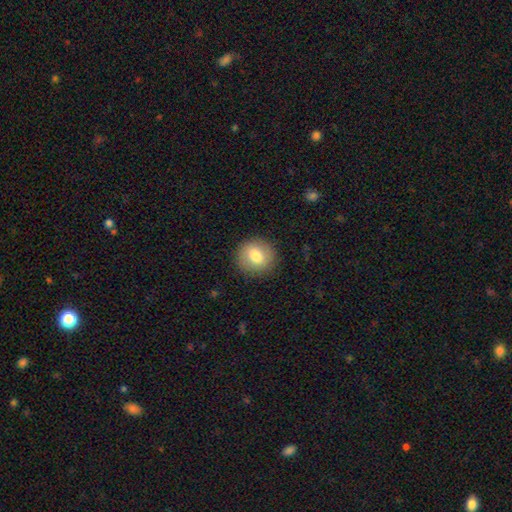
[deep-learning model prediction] Smooth or featured?
  - smooth: 77% *
  - featured or disk: 15%
  - star or artifact: 8%
How rounded?
  - round: 85% *
  - in between: 14%
  - cigar-shaped: 1%
Merging?
  - none: 87% *
  - minor disturbance: 9%
  - major disturbance: 3%
  - merger: 1%